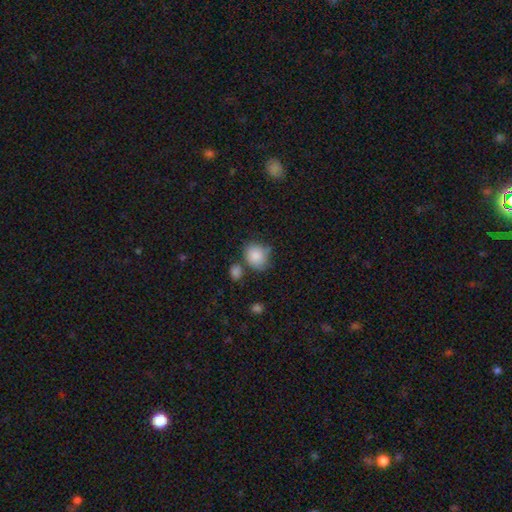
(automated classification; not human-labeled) smooth 85%, star or artifact 8%, featured or disk 7%. Down the decision tree: how rounded — round (65%); merging — none (55%).